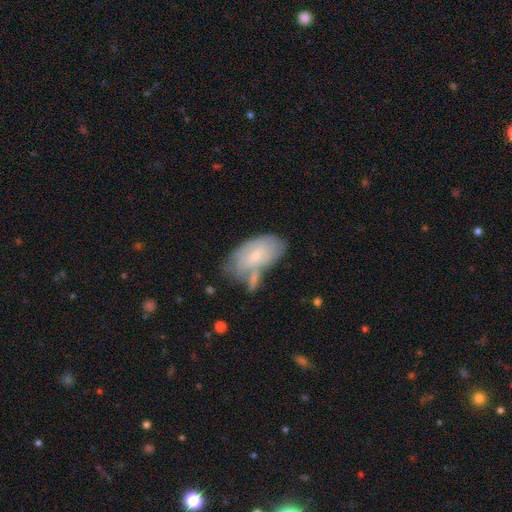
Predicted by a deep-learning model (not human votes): Smooth or featured? smooth (55%)
How rounded? in between (93%)
Merging? none (39%)